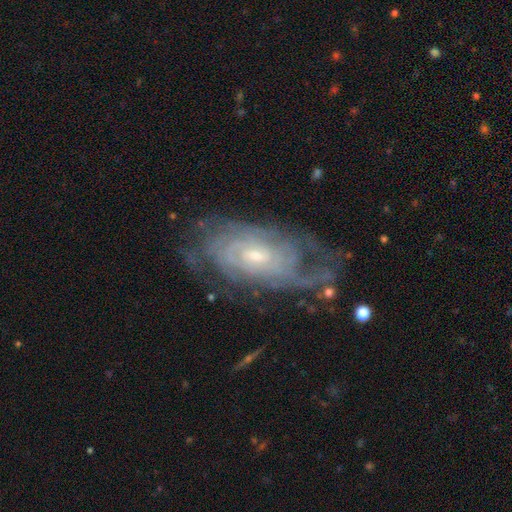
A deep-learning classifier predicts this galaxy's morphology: Smooth or featured? featured or disk (85%)
Edge-on disk? no (94%)
Bar? no (60%)
Spiral arms? yes (94%)
Spiral winding? tight (70%)
Spiral arm count? can't tell (50%)
Bulge size? small (59%)
Merging? none (65%)